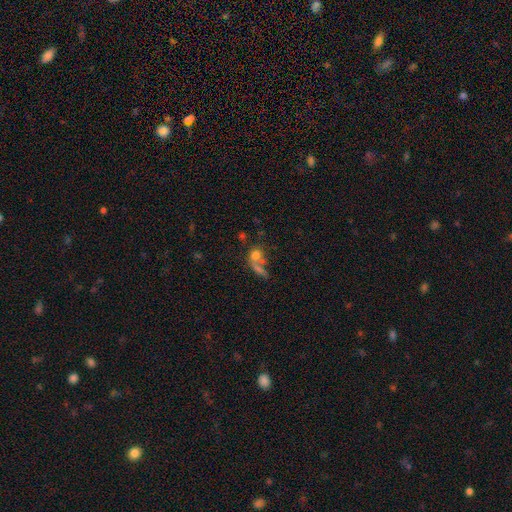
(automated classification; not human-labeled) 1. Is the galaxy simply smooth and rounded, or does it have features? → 68% smooth, 18% featured or disk, 14% star or artifact.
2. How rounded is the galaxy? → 57% round, 38% in between, 5% cigar-shaped.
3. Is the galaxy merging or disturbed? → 48% merger, 30% none, 13% major disturbance, 9% minor disturbance.